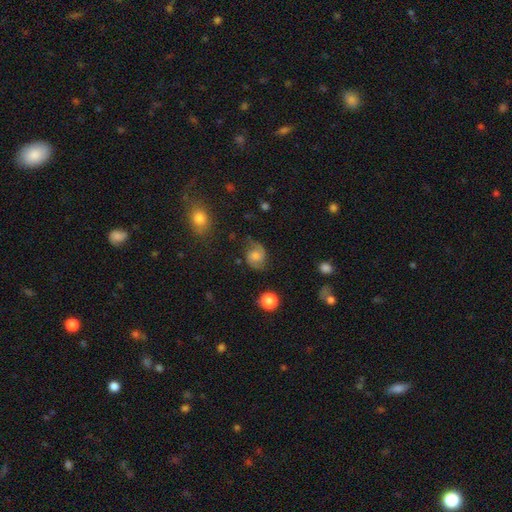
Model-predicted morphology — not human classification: smooth-or-featured: featured or disk: 67% | smooth: 23% | star or artifact: 10%
  disk-edge-on: no: 98% | yes: 2%
    bar: no: 58% | weak: 36% | strong: 6%
    has-spiral-arms: yes: 94% | no: 6%
      spiral-winding: medium: 51% | loose: 31% | tight: 18%
      spiral-arm-count: 2: 91% | can't tell: 4% | 1: 2% | 3: 1% | 4: 1% | more than 4: 1%
    bulge-size: moderate: 37% | small: 28% | none: 21% | large: 12% | dominant: 2%
  merging: none: 71% | minor disturbance: 19% | major disturbance: 8% | merger: 2%